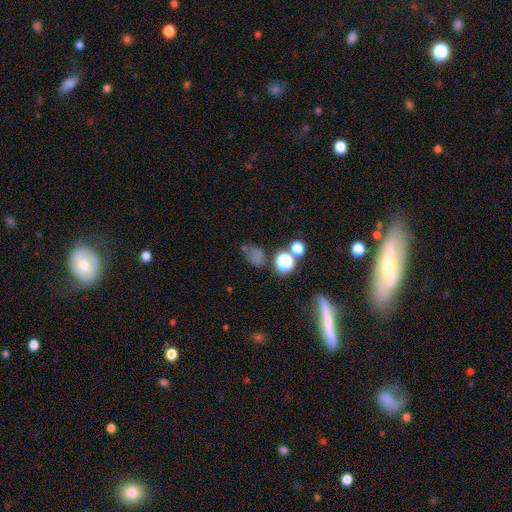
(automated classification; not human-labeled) smooth-or-featured: smooth: 59% | star or artifact: 29% | featured or disk: 12%
  how-rounded: round: 56% | in between: 42% | cigar-shaped: 2%
  merging: none: 54% | minor disturbance: 19% | merger: 15% | major disturbance: 12%